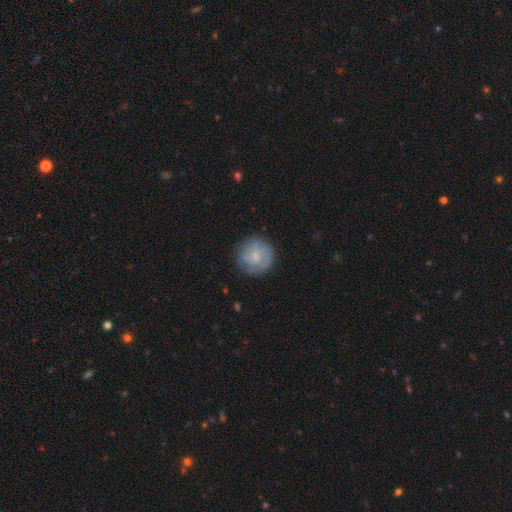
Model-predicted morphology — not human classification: A featured or disk galaxy (48%).

Vote fractions:
- Smooth or featured? featured or disk: 48% / smooth: 45% / star or artifact: 7%
- Merging? none: 76% / minor disturbance: 16% / major disturbance: 7% / merger: 1%